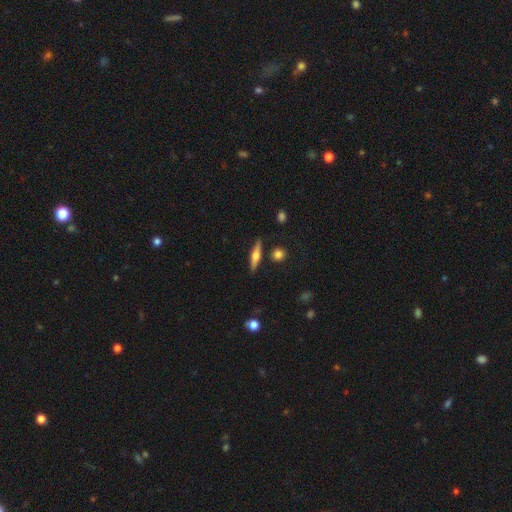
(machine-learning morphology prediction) The model was most divided on "smooth or featured": featured or disk: 60%, smooth: 34%, star or artifact: 7%. More confident: edge-on disk — yes (96%); edge-on bulge — rounded (91%); merging — none (85%).